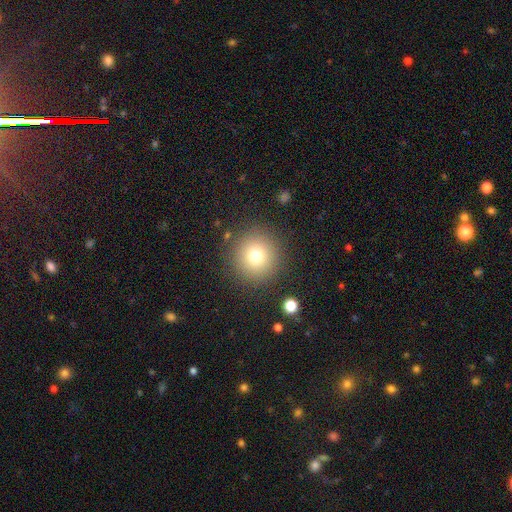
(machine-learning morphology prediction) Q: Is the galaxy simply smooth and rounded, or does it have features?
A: smooth — 76%.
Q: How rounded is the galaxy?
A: round — 95%.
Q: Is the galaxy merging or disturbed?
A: none — 88%.